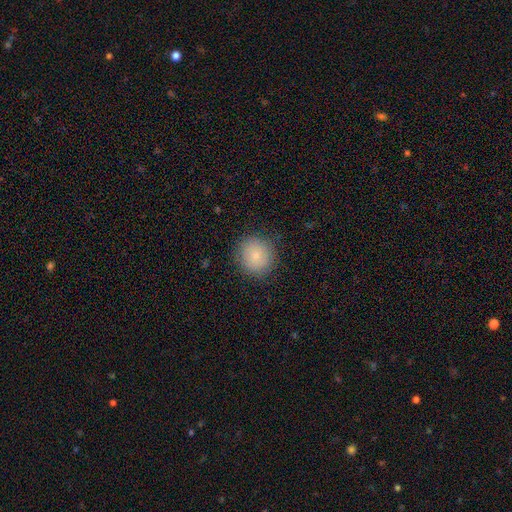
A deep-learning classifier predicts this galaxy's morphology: type=smooth (82%); roundness=round (90%); merging=none (86%).